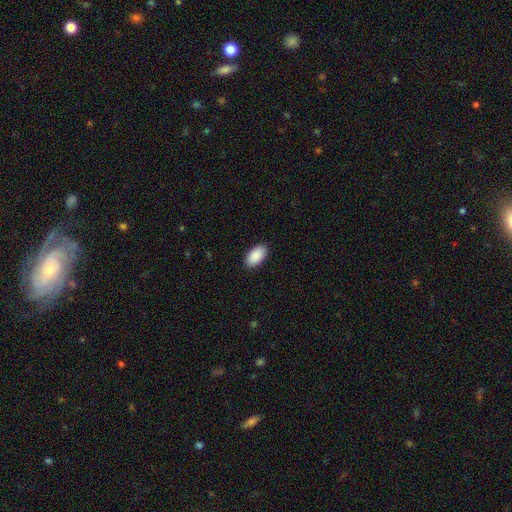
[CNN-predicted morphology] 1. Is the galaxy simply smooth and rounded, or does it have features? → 91% smooth, 6% star or artifact, 3% featured or disk.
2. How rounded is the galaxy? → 96% in between, 3% round, 2% cigar-shaped.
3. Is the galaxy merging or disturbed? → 90% none, 8% minor disturbance, 2% major disturbance, 1% merger.